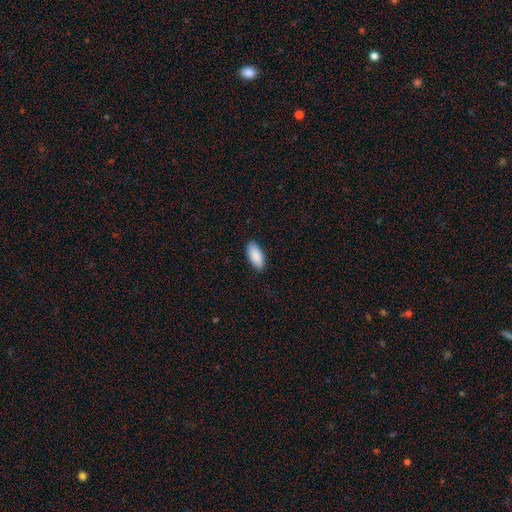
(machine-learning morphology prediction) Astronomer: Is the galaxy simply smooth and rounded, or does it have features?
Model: smooth — 90%.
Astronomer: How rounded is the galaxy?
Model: in between — 88%.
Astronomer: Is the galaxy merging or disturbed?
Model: none — 88%.